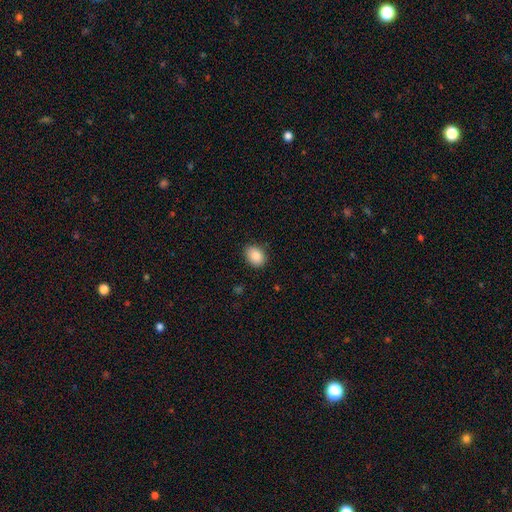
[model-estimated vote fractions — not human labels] Morphology: type=smooth (88%); roundness=in between (68%); merging=none (85%).